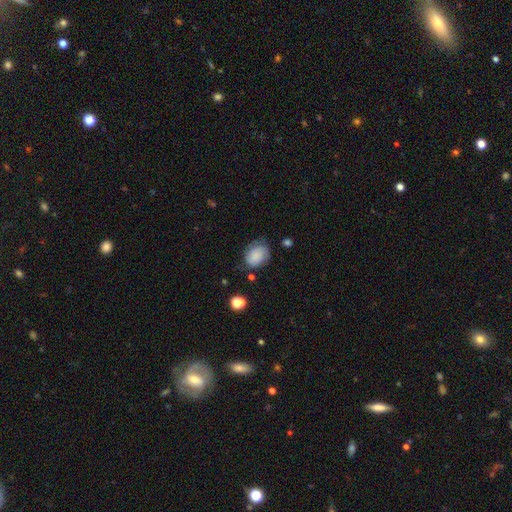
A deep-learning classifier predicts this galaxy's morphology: Smooth or featured: smooth — 64% (featured or disk — 26%)
How rounded: in between — 59% (round — 40%)
Merging: none — 61% (minor disturbance — 28%)